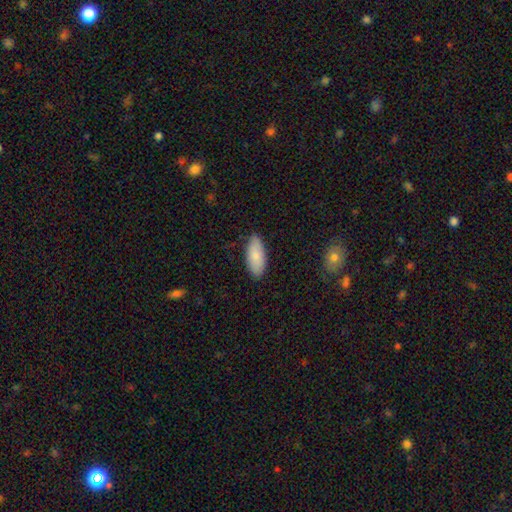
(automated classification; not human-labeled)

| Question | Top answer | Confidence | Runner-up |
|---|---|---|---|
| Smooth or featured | smooth | 83% | featured or disk (11%) |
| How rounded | in between | 89% | cigar-shaped (9%) |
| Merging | none | 84% | minor disturbance (13%) |